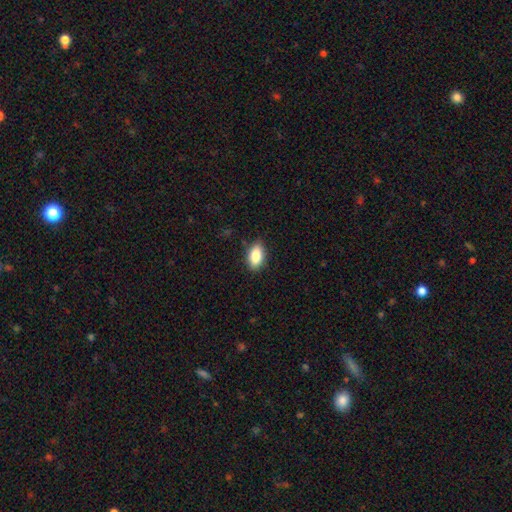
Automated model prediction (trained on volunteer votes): Smooth or featured? smooth (86%)
How rounded? in between (90%)
Merging? none (84%)